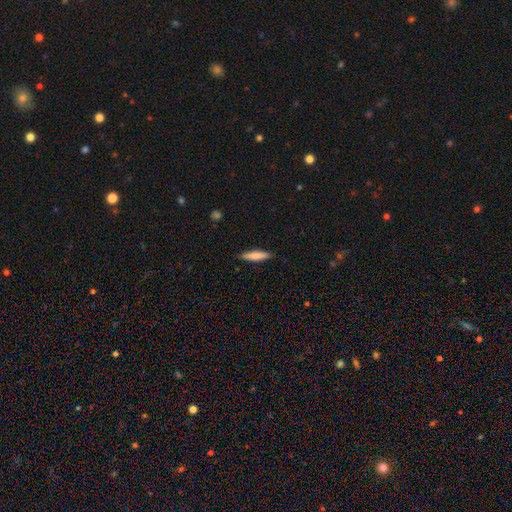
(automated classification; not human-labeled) A smooth galaxy with no disk features (77%) that is cigar-shaped (84%). Merging: none (89%).